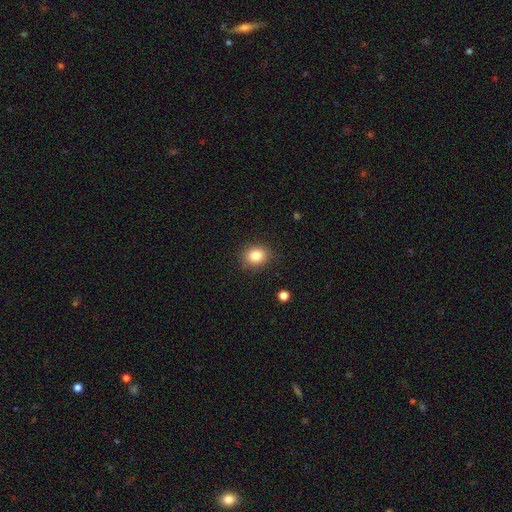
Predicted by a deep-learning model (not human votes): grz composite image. It shows a smooth galaxy with no disk features (84%) that is round (61%). Merging: none (85%).